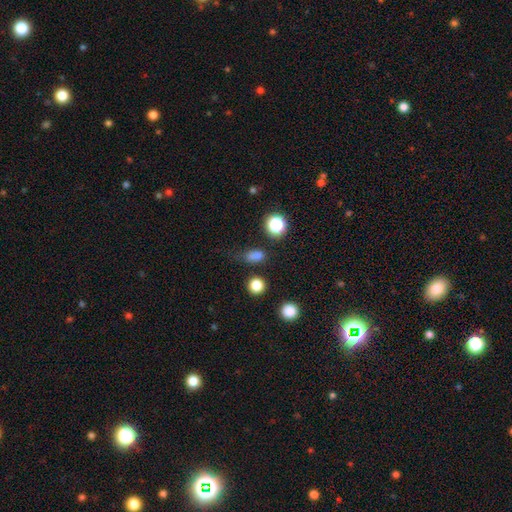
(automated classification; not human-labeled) The model was most divided on "how rounded": in between: 57%, round: 39%, cigar-shaped: 5%. More confident: smooth or featured — smooth (77%); merging — none (67%).